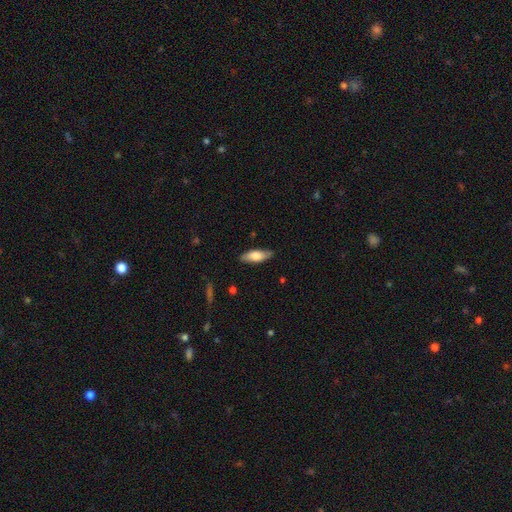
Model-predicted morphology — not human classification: smooth 71%, featured or disk 23%, star or artifact 6%. Down the decision tree: how rounded — in between (68%); merging — none (83%).